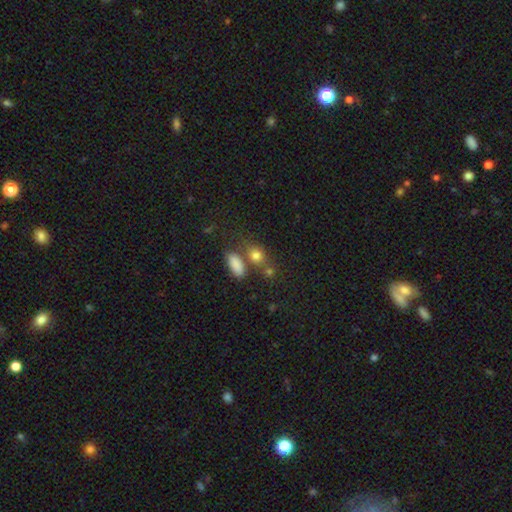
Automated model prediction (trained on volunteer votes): This is likely a smooth galaxy (80%). How rounded: possibly in between (54%). Merging: possibly none (58%).